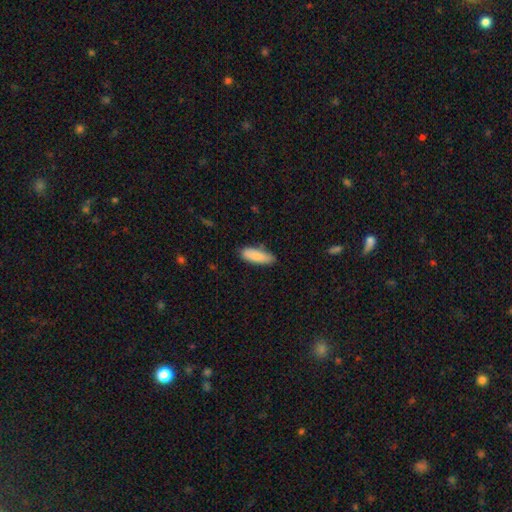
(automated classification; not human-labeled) This is clearly a smooth galaxy (88%). How rounded: possibly in between (58%). Merging: likely none (80%).